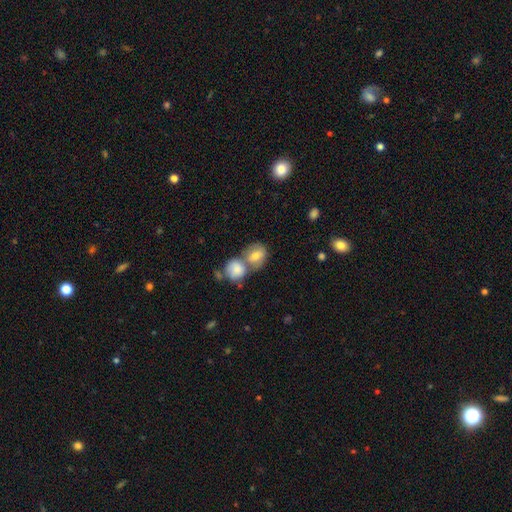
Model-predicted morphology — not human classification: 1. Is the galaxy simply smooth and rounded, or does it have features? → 76% smooth, 17% featured or disk, 7% star or artifact.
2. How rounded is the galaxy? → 54% round, 44% in between, 2% cigar-shaped.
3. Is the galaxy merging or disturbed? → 63% merger, 26% none, 8% minor disturbance, 3% major disturbance.